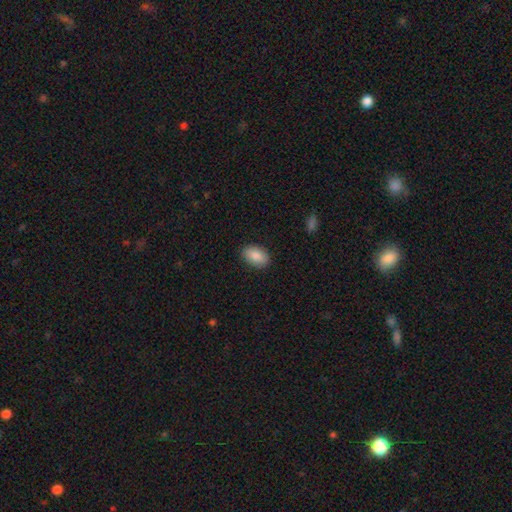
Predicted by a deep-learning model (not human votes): Q: Smooth or featured?
A: smooth (87%); runner-up: star or artifact (6%)
Q: How rounded?
A: in between (91%); runner-up: round (8%)
Q: Merging?
A: none (88%); runner-up: minor disturbance (9%)